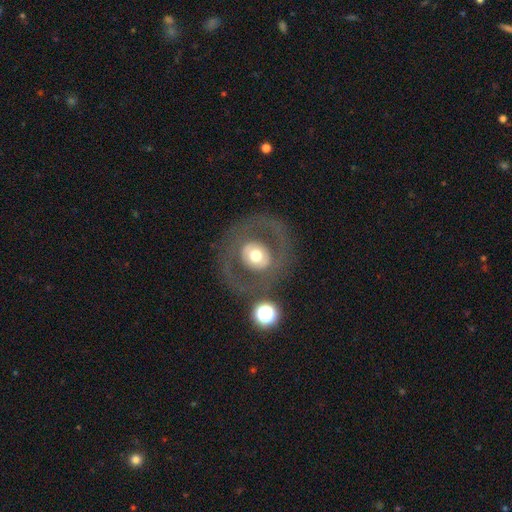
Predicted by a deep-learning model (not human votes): Smooth or featured? featured or disk (52%)
Edge-on disk? no (95%)
Merging? none (77%)